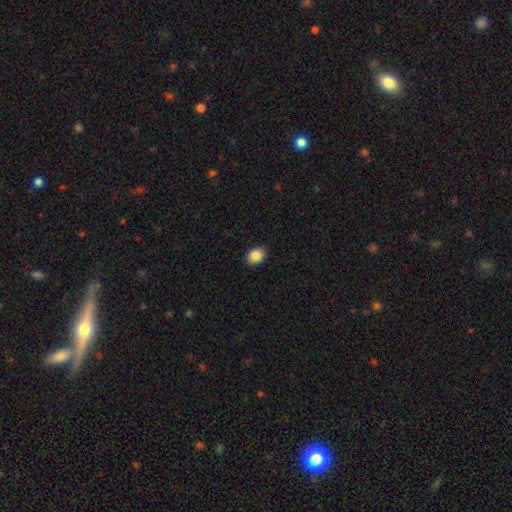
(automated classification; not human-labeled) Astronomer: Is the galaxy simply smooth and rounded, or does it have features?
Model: smooth — 88%.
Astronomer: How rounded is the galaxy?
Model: in between — 71%.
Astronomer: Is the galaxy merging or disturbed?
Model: none — 88%.